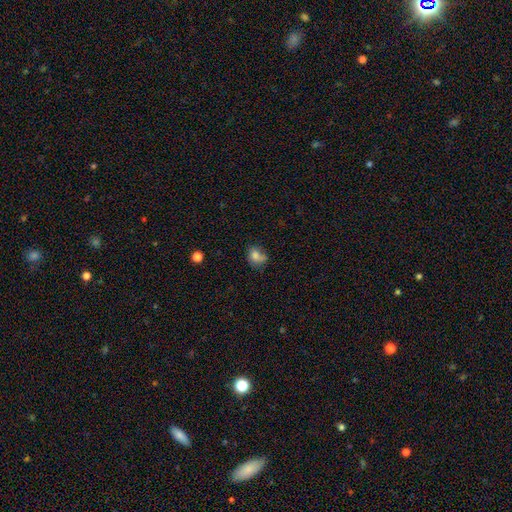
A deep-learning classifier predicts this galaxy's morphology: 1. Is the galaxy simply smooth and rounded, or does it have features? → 75% smooth, 14% featured or disk, 11% star or artifact.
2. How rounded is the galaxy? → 55% round, 44% in between, 1% cigar-shaped.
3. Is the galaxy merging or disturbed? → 49% none, 31% minor disturbance, 13% major disturbance, 8% merger.